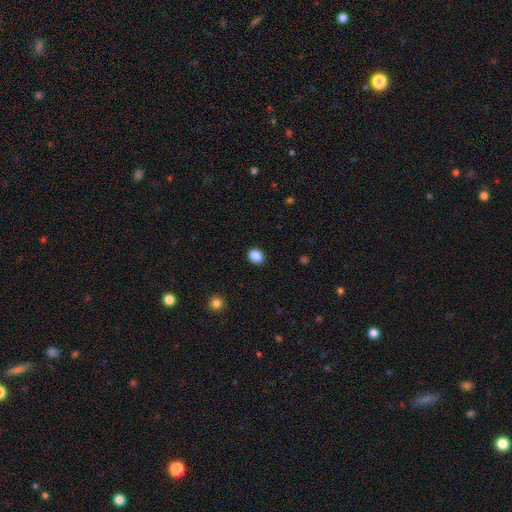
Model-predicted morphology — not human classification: A smooth galaxy with no disk features (88%) that is in between round and cigar-shaped (56%).

Vote fractions:
- Smooth or featured? smooth: 88% / star or artifact: 9% / featured or disk: 3%
- How rounded? in between: 56% / round: 43% / cigar-shaped: 1%
- Merging? none: 90% / minor disturbance: 7% / major disturbance: 2% / merger: 1%